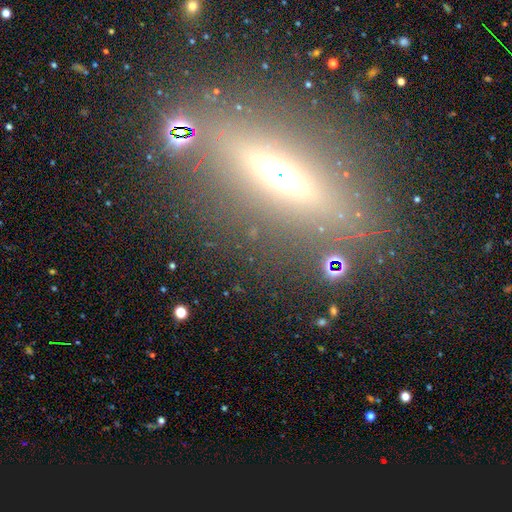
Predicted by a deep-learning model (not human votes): smooth-or-featured: featured or disk: 54% | smooth: 27% | star or artifact: 19%
  disk-edge-on: yes: 80% | no: 20%
  merging: none: 81% | minor disturbance: 10% | major disturbance: 6% | merger: 3%